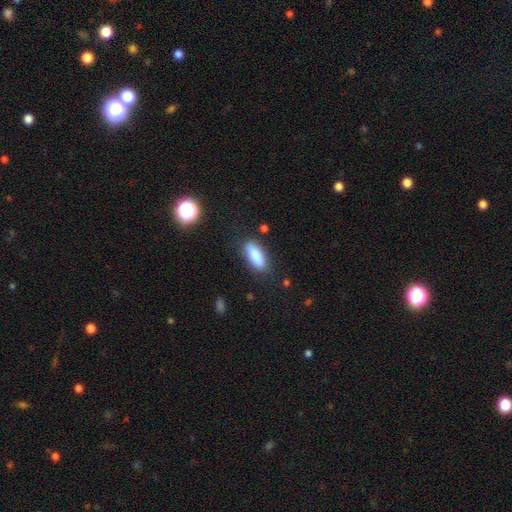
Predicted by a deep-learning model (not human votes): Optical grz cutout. It shows a smooth galaxy with no disk features (83%) that is in between round and cigar-shaped (72%). Merging: none (82%).